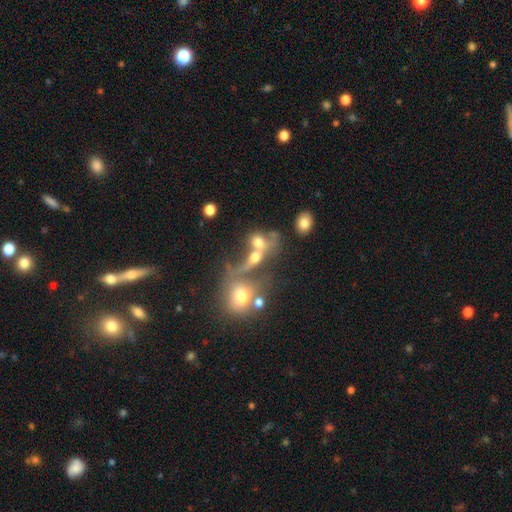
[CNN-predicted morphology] Q: Smooth or featured?
A: smooth (42%); runner-up: featured or disk (36%)
Q: Merging?
A: merger (55%); runner-up: none (24%)